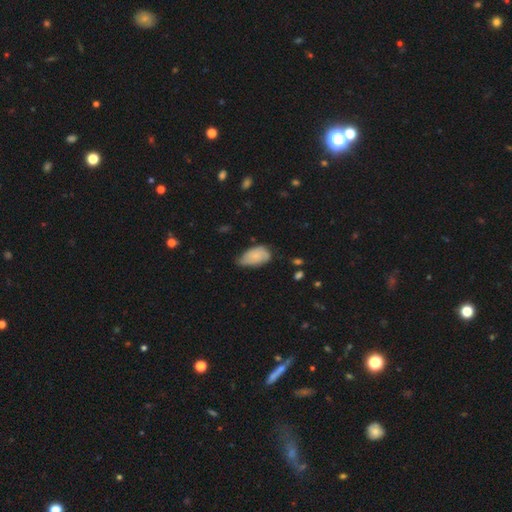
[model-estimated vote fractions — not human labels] Smooth or featured? smooth (69%)
How rounded? in between (93%)
Merging? minor disturbance (49%)